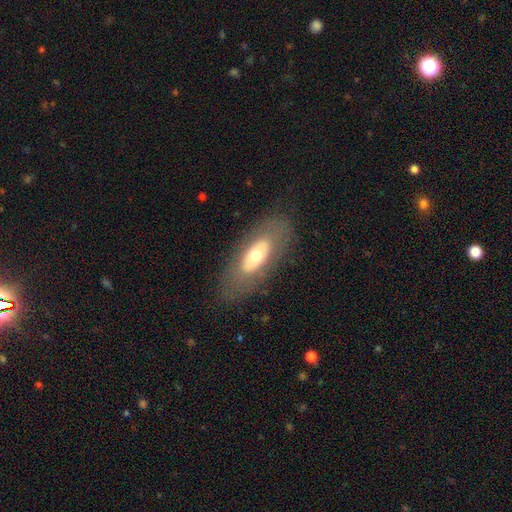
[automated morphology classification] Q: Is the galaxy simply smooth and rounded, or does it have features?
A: smooth — 48%.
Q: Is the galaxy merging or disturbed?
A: none — 80%.